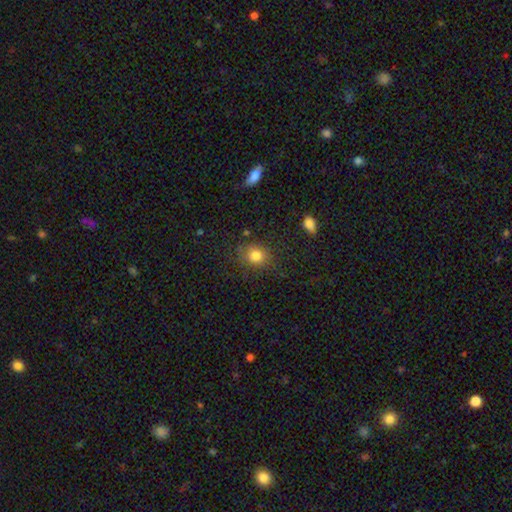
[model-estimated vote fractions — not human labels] Overall: smooth (81%). How rounded: round (68%; in between 31%). Merging: none (79%).